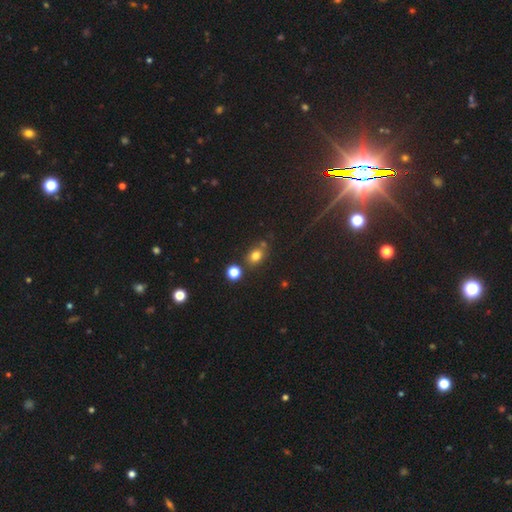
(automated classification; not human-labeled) This is likely a smooth galaxy (75%). How rounded: possibly round (53%). Merging: likely none (66%).